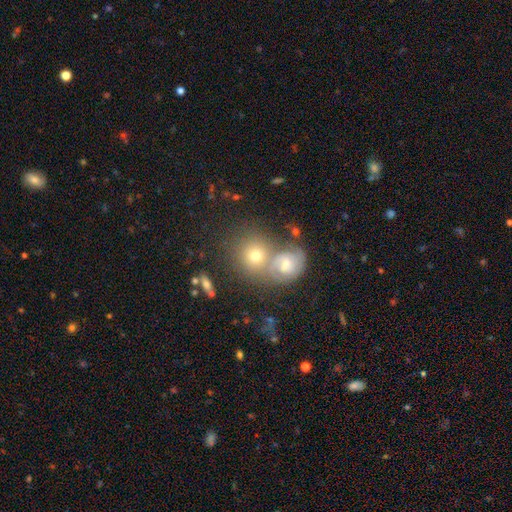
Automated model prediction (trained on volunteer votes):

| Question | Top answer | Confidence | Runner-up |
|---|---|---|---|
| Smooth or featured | smooth | 62% | featured or disk (26%) |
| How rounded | round | 80% | in between (19%) |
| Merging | none | 43% | merger (42%) |